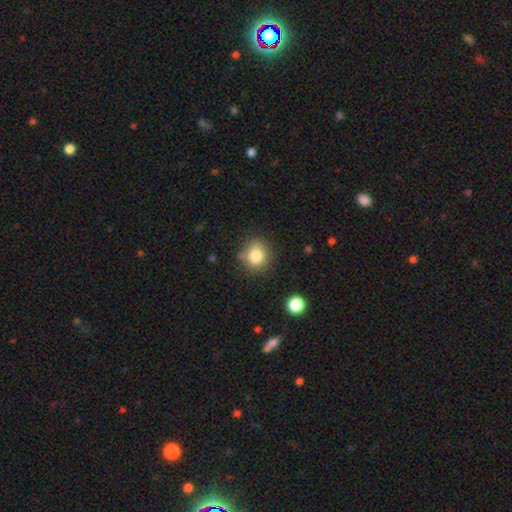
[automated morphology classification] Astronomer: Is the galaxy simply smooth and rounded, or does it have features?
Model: smooth — 81%.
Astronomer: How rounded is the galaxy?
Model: round — 84%.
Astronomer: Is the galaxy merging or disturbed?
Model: none — 79%.